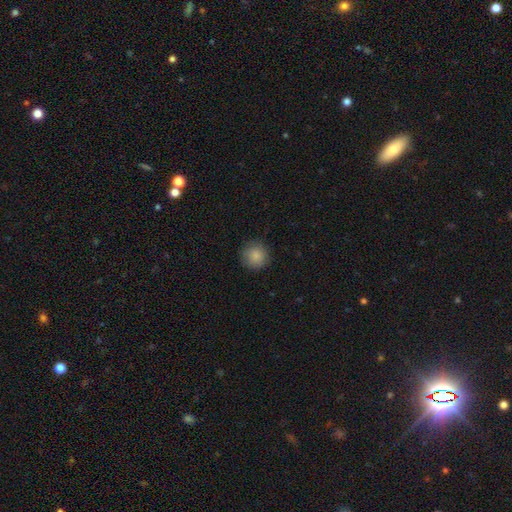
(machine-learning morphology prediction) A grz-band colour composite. It shows a smooth galaxy with no disk features (87%) that is round (95%). Merging: none (89%).